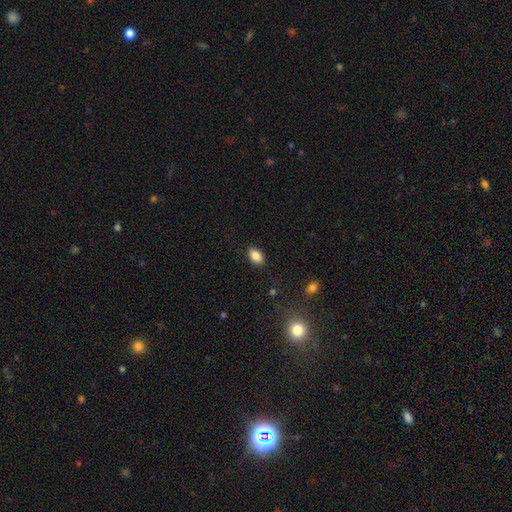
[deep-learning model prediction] This is clearly a smooth galaxy (86%). How rounded: clearly in between (88%). Merging: clearly none (88%).